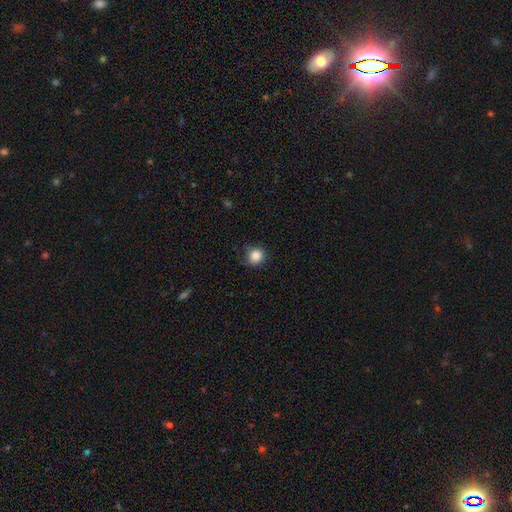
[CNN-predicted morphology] Smooth or featured? smooth (86%)
How rounded? round (87%)
Merging? none (74%)